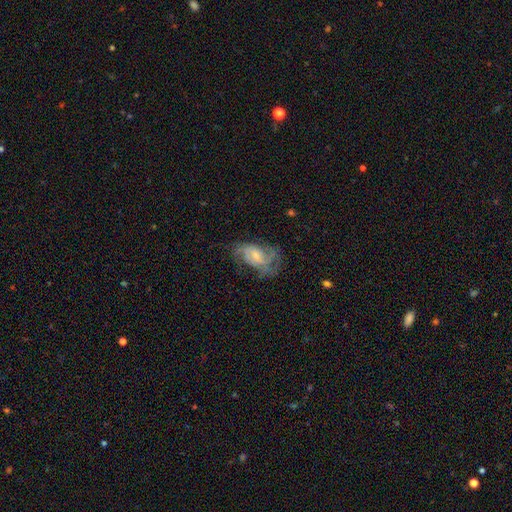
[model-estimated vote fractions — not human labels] This appears to be a featured or disk galaxy (72%) with no bar (51%), 2 (44%) medium (46%) spiral arms (88%) and a small central bulge (61%). Merging: none (49%).